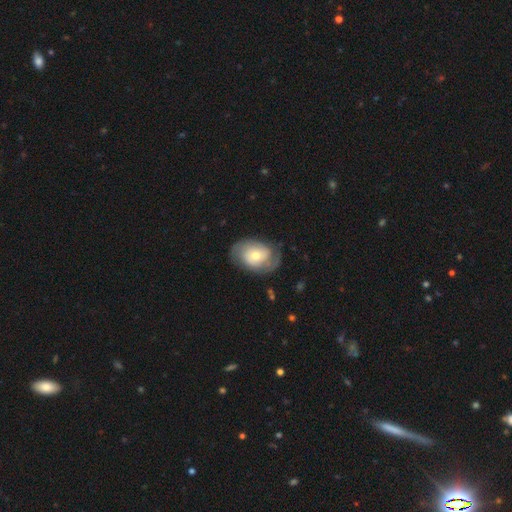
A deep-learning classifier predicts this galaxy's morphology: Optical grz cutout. It shows a featured or disk galaxy (61%) with no bar (76%), spiral arms (74%) and a moderate central bulge (60%). Merging: none (68%).